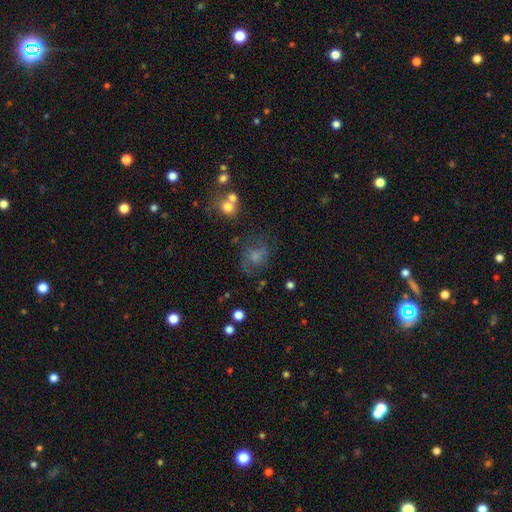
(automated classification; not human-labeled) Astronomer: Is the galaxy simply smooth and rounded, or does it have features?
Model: smooth — 47% (runner-up: featured or disk, 34%).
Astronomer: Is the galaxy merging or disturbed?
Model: none — 47% (runner-up: major disturbance, 24%).